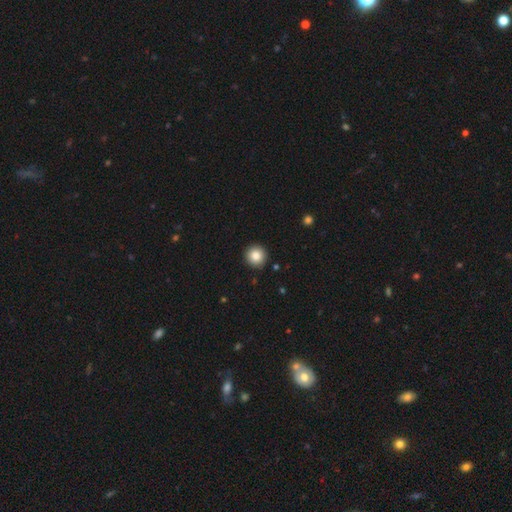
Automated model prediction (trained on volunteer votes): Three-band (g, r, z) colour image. It shows a smooth galaxy with no disk features (85%) that is round (96%). Merging: none (92%).